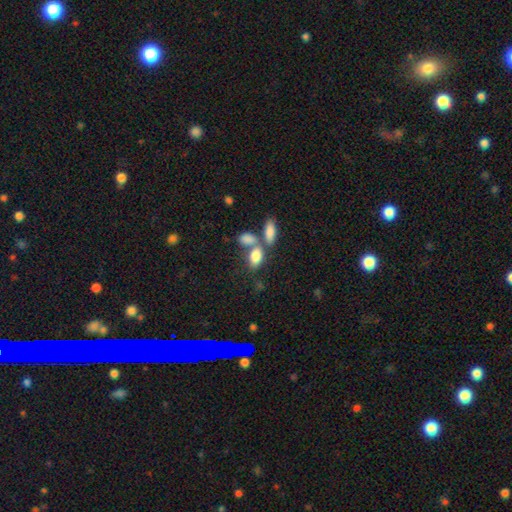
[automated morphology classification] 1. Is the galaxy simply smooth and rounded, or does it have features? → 81% smooth, 11% featured or disk, 8% star or artifact.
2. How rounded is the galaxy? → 88% in between, 7% round, 4% cigar-shaped.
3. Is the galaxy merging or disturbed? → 46% merger, 38% none, 10% minor disturbance, 5% major disturbance.